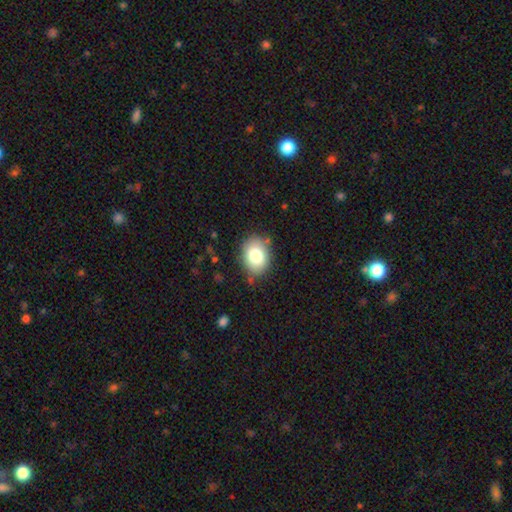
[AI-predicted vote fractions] Morphology: type=smooth (80%); roundness=in between (66%); merging=none (82%).